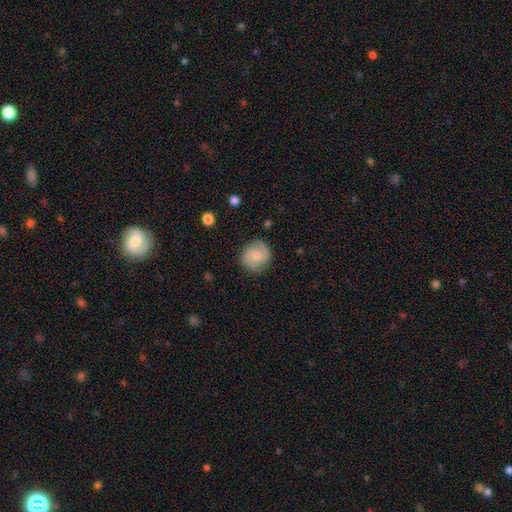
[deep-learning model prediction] Smooth or featured: featured or disk — 47% (smooth — 46%)
Merging: none — 80% (minor disturbance — 14%)